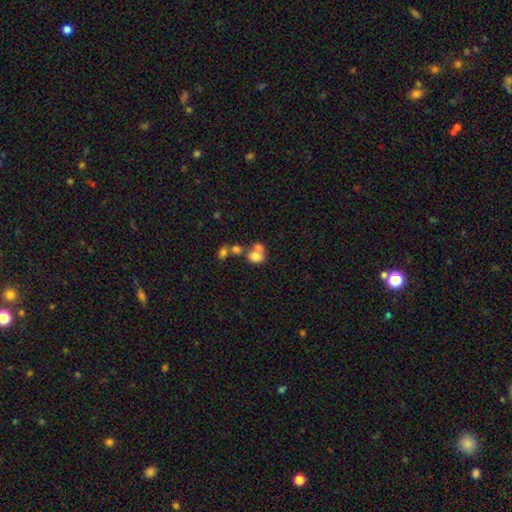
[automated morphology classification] smooth-or-featured: smooth: 72% | featured or disk: 16% | star or artifact: 12%
  how-rounded: round: 65% | in between: 34% | cigar-shaped: 1%
  merging: merger: 52% | none: 31% | minor disturbance: 9% | major disturbance: 7%